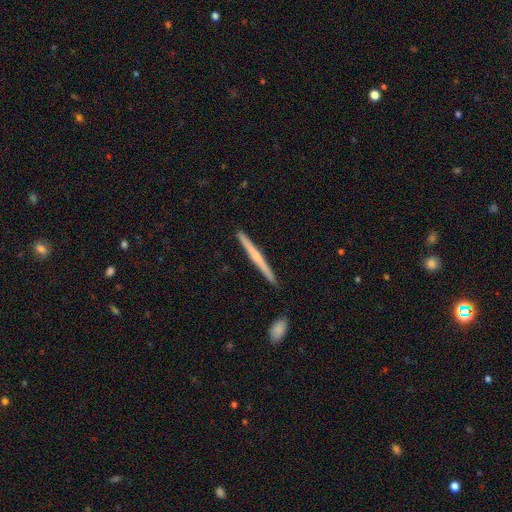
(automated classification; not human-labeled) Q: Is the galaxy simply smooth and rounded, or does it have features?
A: featured or disk — 53%.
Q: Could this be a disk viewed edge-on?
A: yes — 98%.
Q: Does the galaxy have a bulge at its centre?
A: none — 57%.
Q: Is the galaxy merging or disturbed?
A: none — 91%.